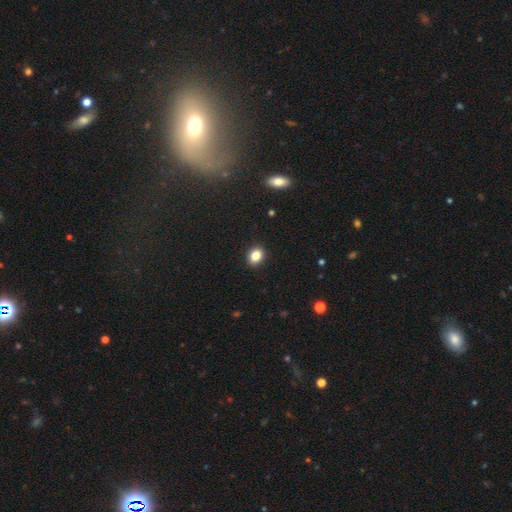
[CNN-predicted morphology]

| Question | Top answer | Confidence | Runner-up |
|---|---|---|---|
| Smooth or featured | smooth | 85% | star or artifact (10%) |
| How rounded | in between | 52% | round (47%) |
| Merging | none | 90% | minor disturbance (7%) |